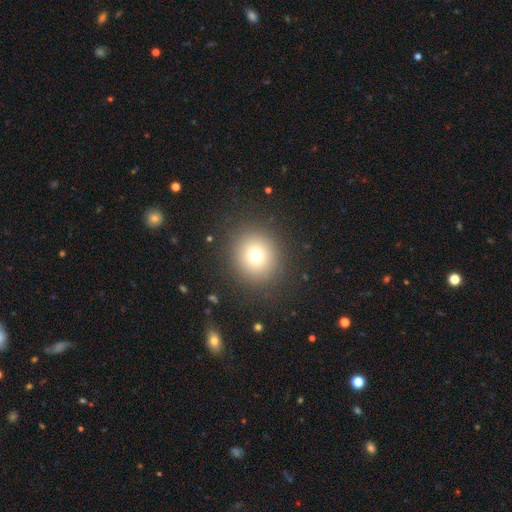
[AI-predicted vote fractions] smooth 73%, star or artifact 16%, featured or disk 11%. Down the decision tree: how rounded — round (87%); merging — none (88%).